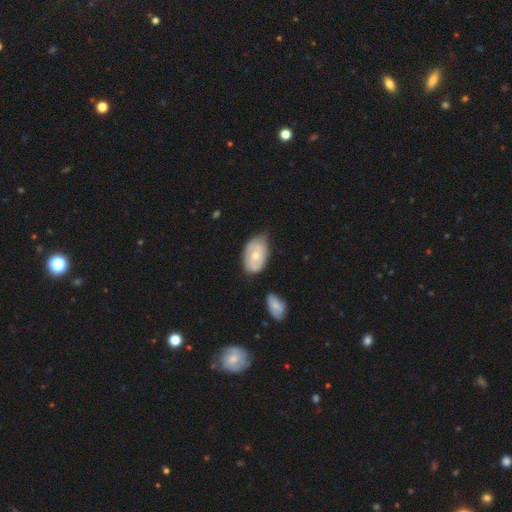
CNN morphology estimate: Smooth or featured?
  - featured or disk: 51% *
  - smooth: 44%
  - star or artifact: 5%
Edge-on disk?
  - no: 94% *
  - yes: 6%
Merging?
  - none: 58% *
  - minor disturbance: 31%
  - major disturbance: 7%
  - merger: 5%